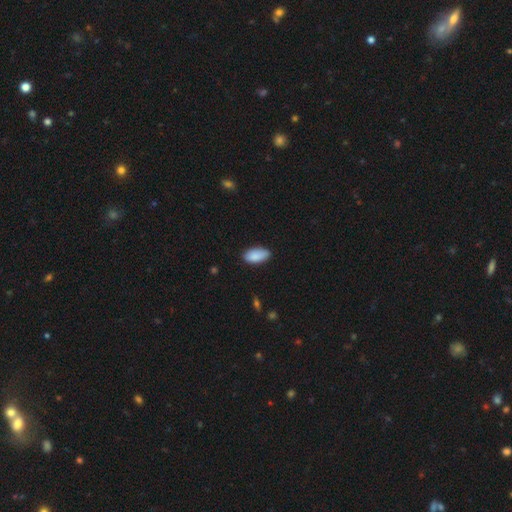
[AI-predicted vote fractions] A smooth galaxy with no disk features (88%) that is in between round and cigar-shaped (93%).

Vote fractions:
- Smooth or featured? smooth: 88% / star or artifact: 6% / featured or disk: 5%
- How rounded? in between: 93% / cigar-shaped: 4% / round: 2%
- Merging? none: 79% / minor disturbance: 18% / major disturbance: 2% / merger: 1%